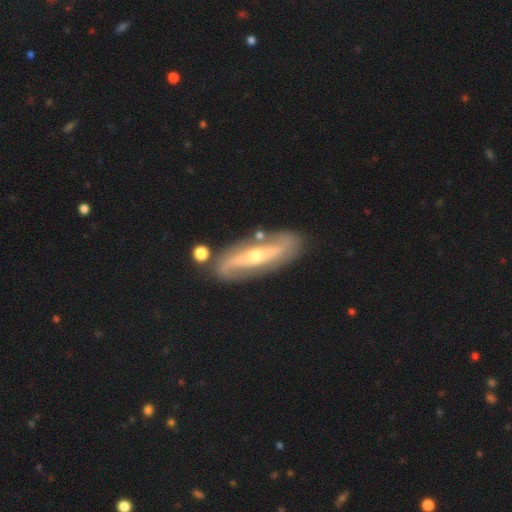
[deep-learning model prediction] featured or disk 81%, smooth 14%, star or artifact 5%. Down the decision tree: edge-on disk — no (82%); bar — strong (38%); spiral arms — yes (83%); spiral arm count — 2 (86%); spiral winding — loose (38%); bulge size — moderate (52%); merging — none (78%).